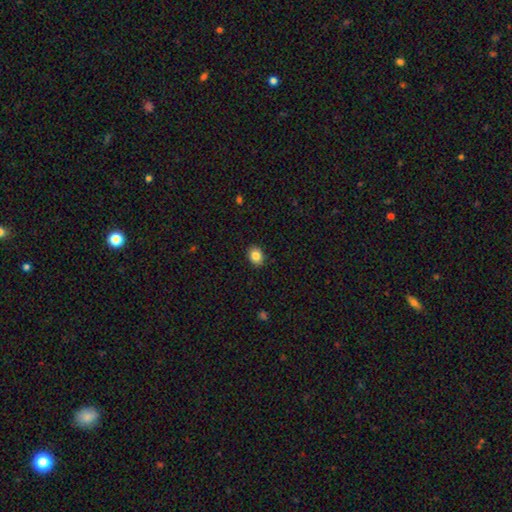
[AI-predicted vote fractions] smooth_or_featured: smooth (p=0.85) [alt: star or artifact p=0.09]
how_rounded: in between (p=0.62) [alt: round p=0.37]
merging: none (p=0.90) [alt: minor disturbance p=0.07]